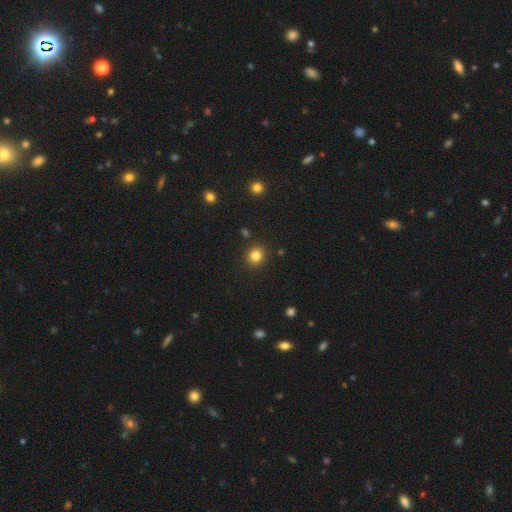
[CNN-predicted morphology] A smooth galaxy with no disk features (82%) that is round (81%). Merging: none (89%).